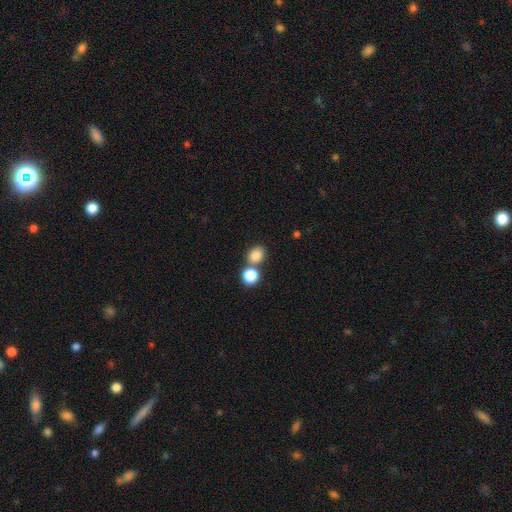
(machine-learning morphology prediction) Smooth or featured?
  - smooth: 83% *
  - star or artifact: 11%
  - featured or disk: 6%
How rounded?
  - round: 53% *
  - in between: 46%
  - cigar-shaped: 1%
Merging?
  - none: 58% *
  - merger: 30%
  - minor disturbance: 9%
  - major disturbance: 3%